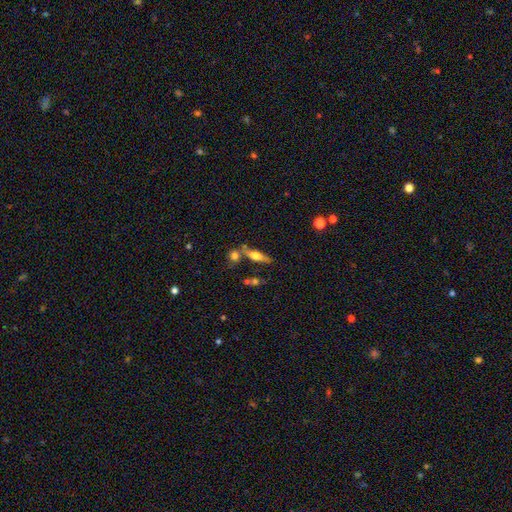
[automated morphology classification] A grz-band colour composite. It shows a smooth galaxy with no disk features (48%). Merging: none (65%).